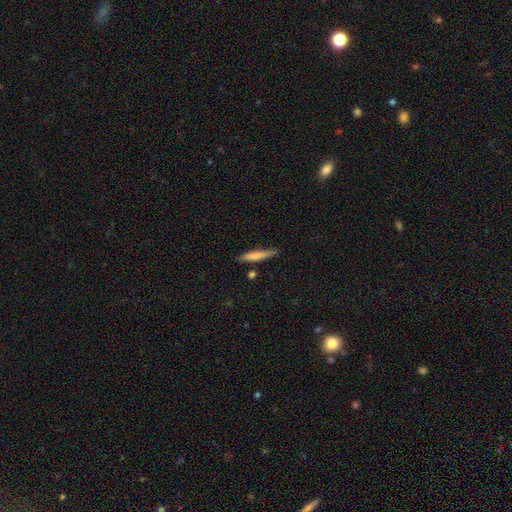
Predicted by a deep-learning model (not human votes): A smooth galaxy with no disk features (71%) that is cigar-shaped (92%). Merging: none (77%).